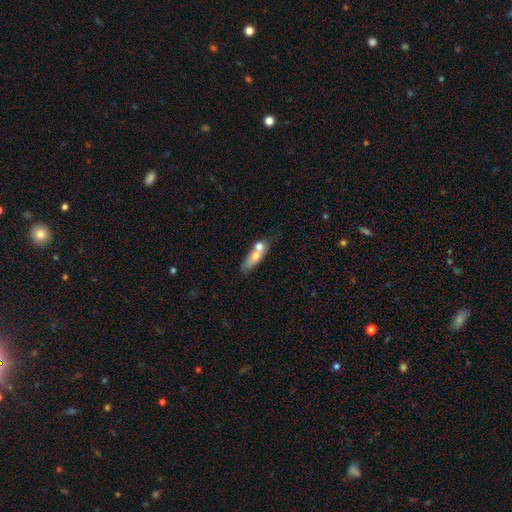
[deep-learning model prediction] smooth_or_featured: smooth (p=0.62) [alt: featured or disk p=0.30]
how_rounded: in between (p=0.53) [alt: cigar-shaped p=0.38]
merging: merger (p=0.48) [alt: none p=0.33]